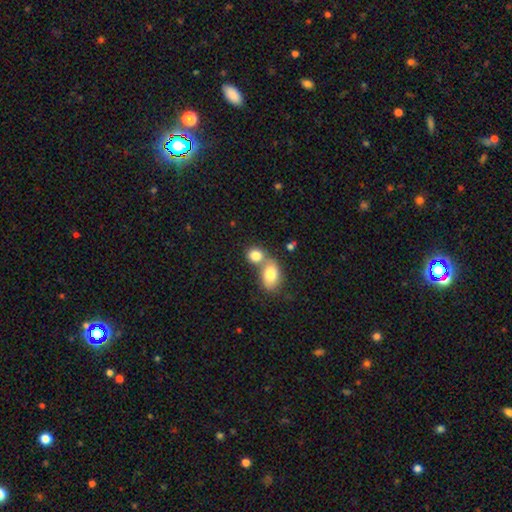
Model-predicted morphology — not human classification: type=smooth (82%); roundness=round (52%); merging=merger (60%).